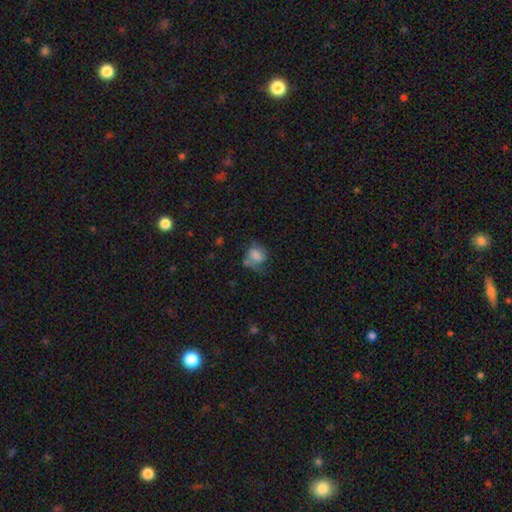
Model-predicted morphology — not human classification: Smooth or featured? Predicted: smooth (p=0.68). How rounded? Predicted: round (p=0.53). Merging? Predicted: none (p=0.38).